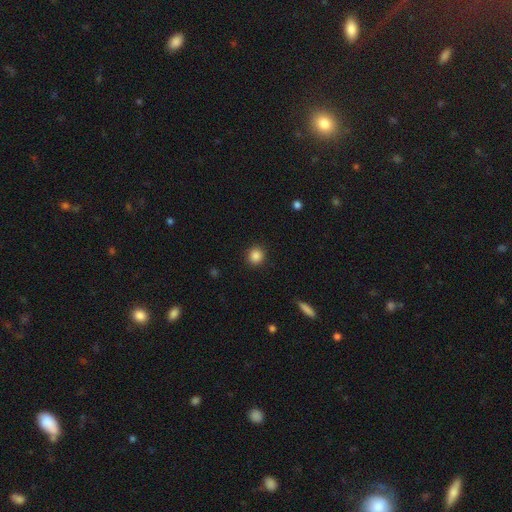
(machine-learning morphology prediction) Smooth or featured? Predicted: smooth (p=0.87). How rounded? Predicted: round (p=0.90). Merging? Predicted: none (p=0.91).